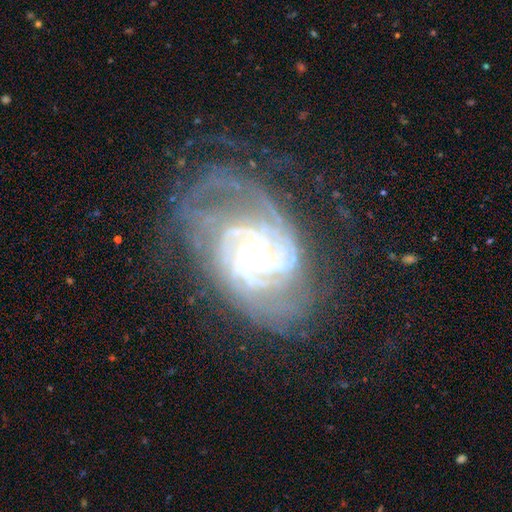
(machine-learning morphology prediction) smooth_or_featured: featured or disk (p=0.89) [alt: star or artifact p=0.07]
disk_edge_on: no (p=0.97) [alt: yes p=0.03]
bar: weak (p=0.46) [alt: strong p=0.29]
has_spiral_arms: yes (p=0.98) [alt: no p=0.02]
spiral_winding: tight (p=0.63) [alt: medium p=0.31]
spiral_arm_count: 2 (p=0.30) [alt: can't tell p=0.21]
bulge_size: small (p=0.63) [alt: moderate p=0.26]
merging: none (p=0.54) [alt: minor disturbance p=0.23]